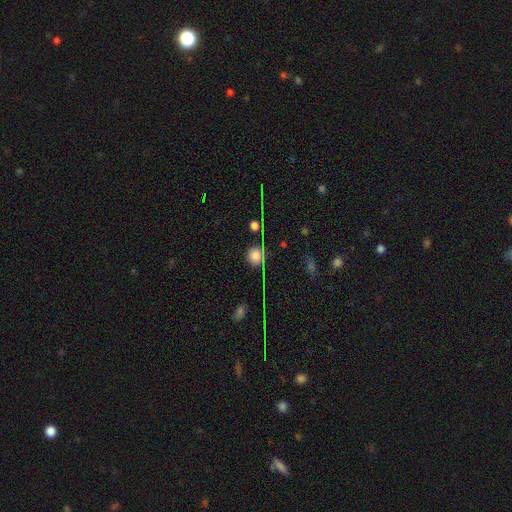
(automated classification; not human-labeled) Overall: smooth (64%; star or artifact 25%). How rounded: round (89%). Merging: none (75%).